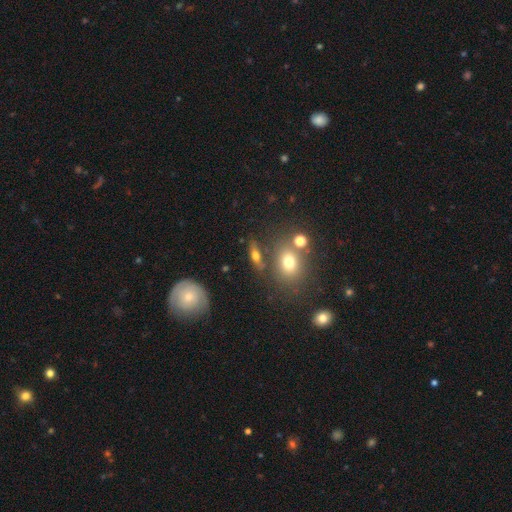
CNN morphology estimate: smooth_or_featured: smooth (p=0.54) [alt: featured or disk p=0.32]
how_rounded: in between (p=0.53) [alt: cigar-shaped p=0.30]
merging: none (p=0.69) [alt: minor disturbance p=0.14]